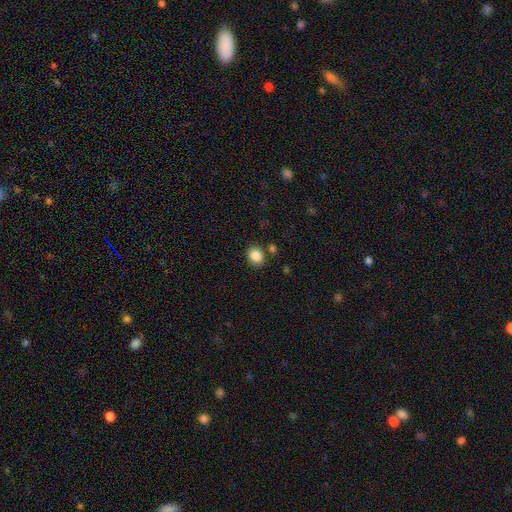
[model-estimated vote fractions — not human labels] Morphology: type=smooth (87%); roundness=round (51%); merging=none (81%).